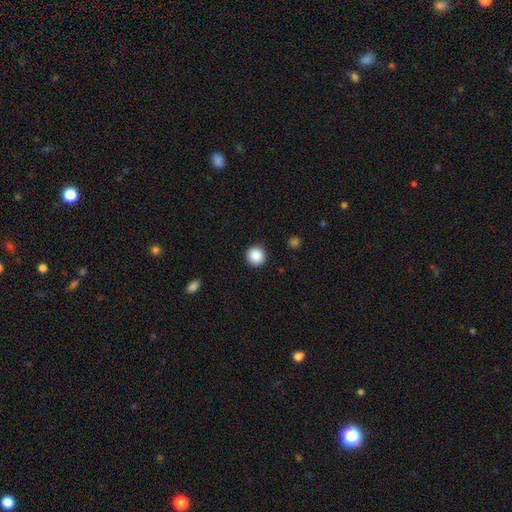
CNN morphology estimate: type=smooth (88%); roundness=round (95%); merging=none (92%).